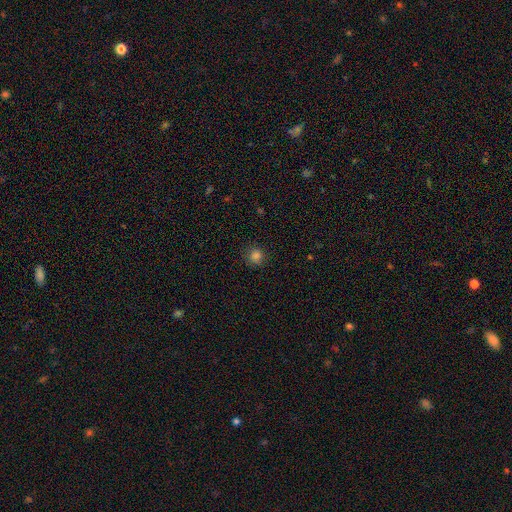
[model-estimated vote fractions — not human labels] Overall: smooth (82%). How rounded: round (92%). Merging: none (89%).